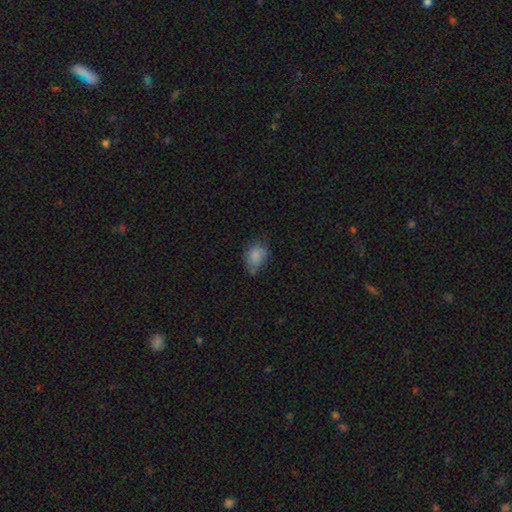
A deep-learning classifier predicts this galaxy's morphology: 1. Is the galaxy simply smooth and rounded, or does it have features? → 81% smooth, 10% star or artifact, 10% featured or disk.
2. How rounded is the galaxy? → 73% in between, 26% round, 1% cigar-shaped.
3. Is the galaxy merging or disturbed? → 53% none, 33% minor disturbance, 10% major disturbance, 4% merger.